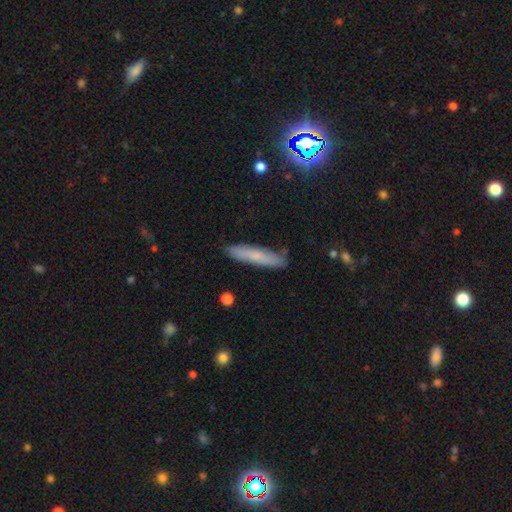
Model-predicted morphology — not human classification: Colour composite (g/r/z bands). It shows a smooth galaxy with no disk features (64%) that is cigar-shaped (89%). Merging: none (86%).